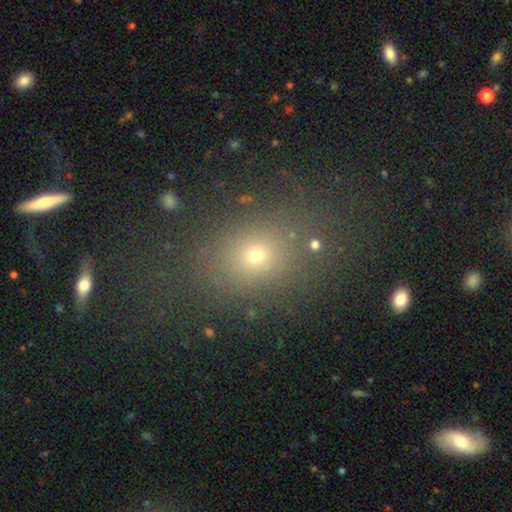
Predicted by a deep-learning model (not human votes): This is likely a smooth galaxy (66%). How rounded: possibly in between (51%). Merging: likely none (77%).